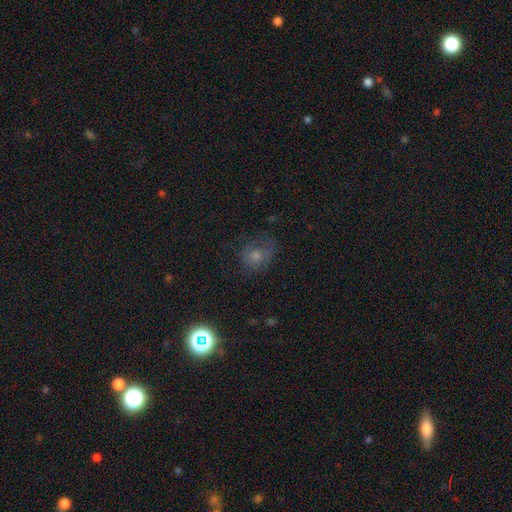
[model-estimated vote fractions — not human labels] This appears to be a smooth galaxy with no disk features (51%) that is round (70%). Merging: none (58%).